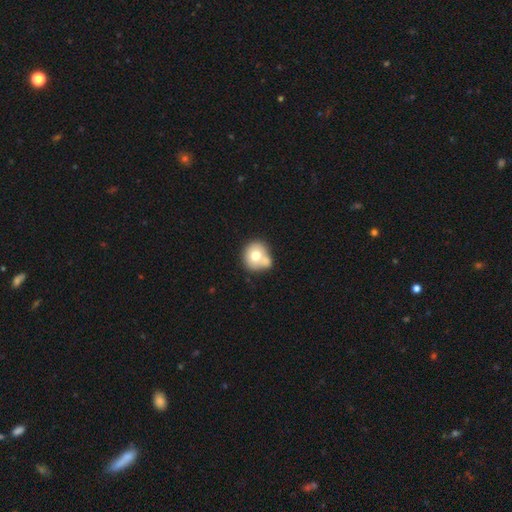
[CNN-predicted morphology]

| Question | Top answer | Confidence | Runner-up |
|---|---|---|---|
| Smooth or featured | smooth | 70% | featured or disk (21%) |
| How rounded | round | 80% | in between (19%) |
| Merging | none | 40% | merger (38%) |